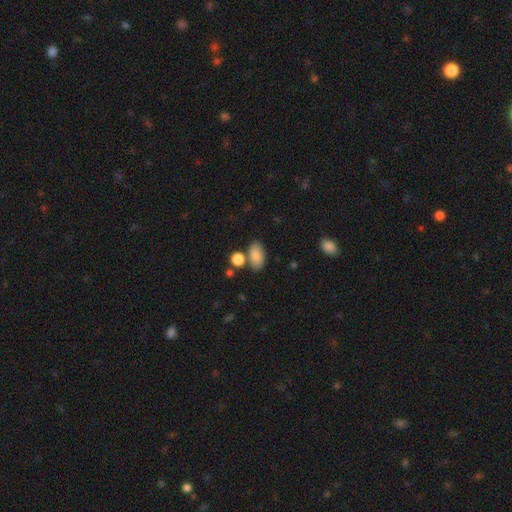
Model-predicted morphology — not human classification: A smooth galaxy with no disk features (84%) that is in between round and cigar-shaped (90%). Merging: none (69%).